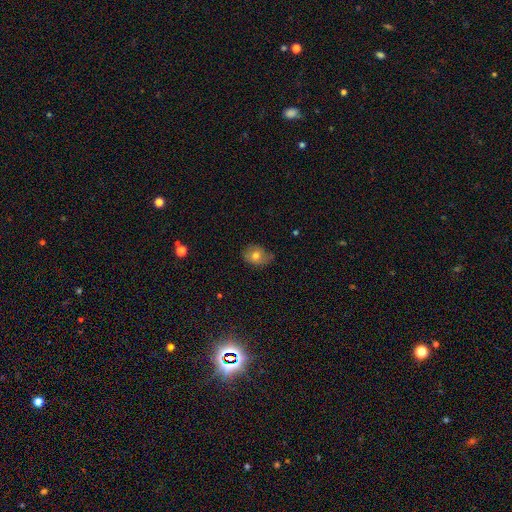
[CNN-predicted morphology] Q: Smooth or featured?
A: smooth (70%); runner-up: featured or disk (19%)
Q: How rounded?
A: in between (52%); runner-up: round (47%)
Q: Merging?
A: none (60%); runner-up: minor disturbance (30%)